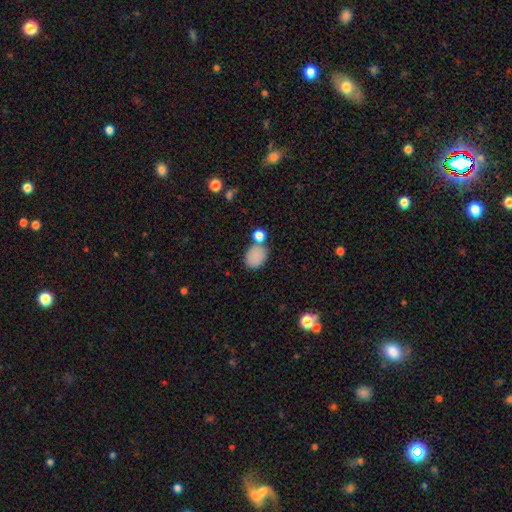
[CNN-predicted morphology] Smooth or featured?
  - smooth: 84% *
  - star or artifact: 10%
  - featured or disk: 6%
How rounded?
  - in between: 53% *
  - round: 46%
  - cigar-shaped: 1%
Merging?
  - none: 62% *
  - merger: 19%
  - minor disturbance: 14%
  - major disturbance: 5%